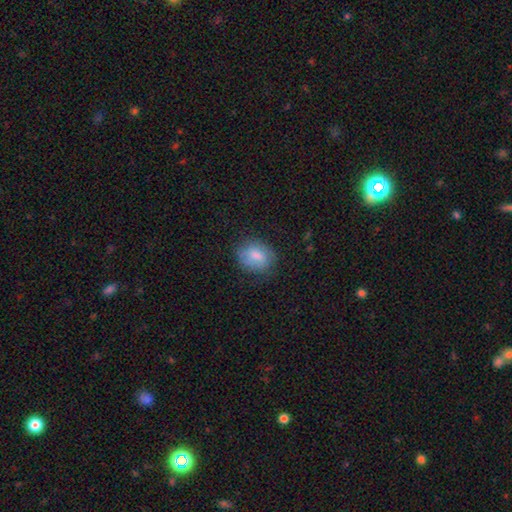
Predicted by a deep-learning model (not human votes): Morphology: type=smooth (78%); roundness=round (50%); merging=none (73%).